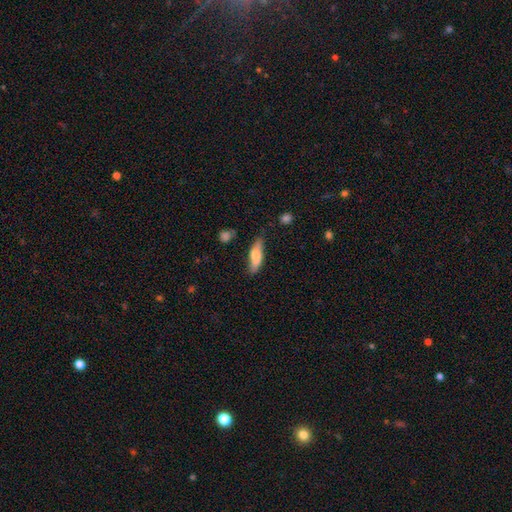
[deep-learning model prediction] Smooth or featured?
  - smooth: 68% *
  - featured or disk: 25%
  - star or artifact: 6%
How rounded?
  - cigar-shaped: 56% *
  - in between: 42%
  - round: 2%
Merging?
  - none: 72% *
  - minor disturbance: 21%
  - major disturbance: 5%
  - merger: 3%